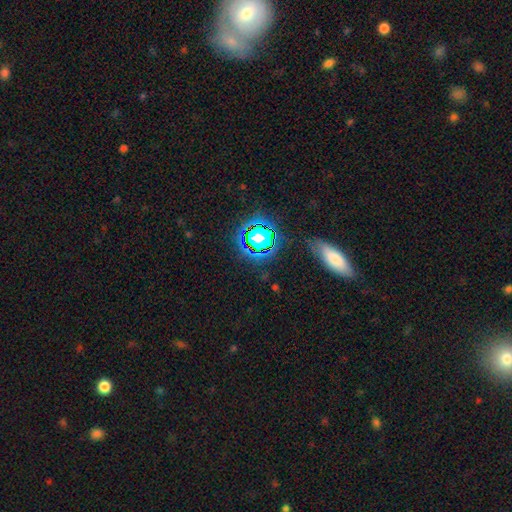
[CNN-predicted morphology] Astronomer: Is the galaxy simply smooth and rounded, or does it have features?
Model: star or artifact — 42% (runner-up: smooth, 31%).